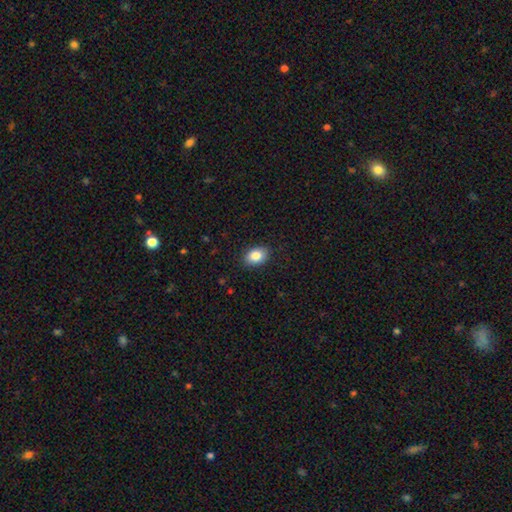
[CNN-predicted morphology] The model was most divided on "how rounded": in between: 78%, round: 21%, cigar-shaped: 1%. More confident: merging — none (89%); smooth or featured — smooth (84%).